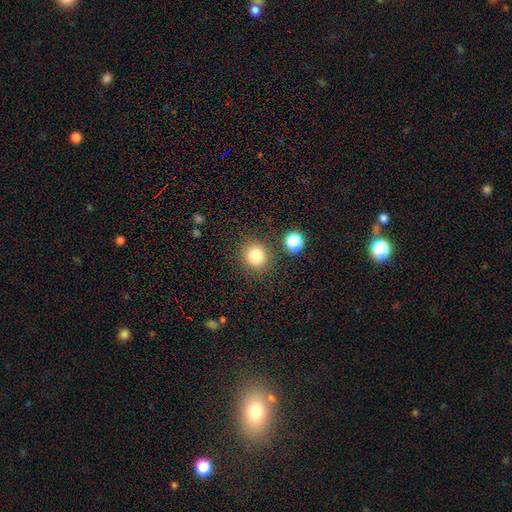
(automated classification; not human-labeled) smooth 80%, star or artifact 13%, featured or disk 7%. Down the decision tree: how rounded — round (90%); merging — none (85%).